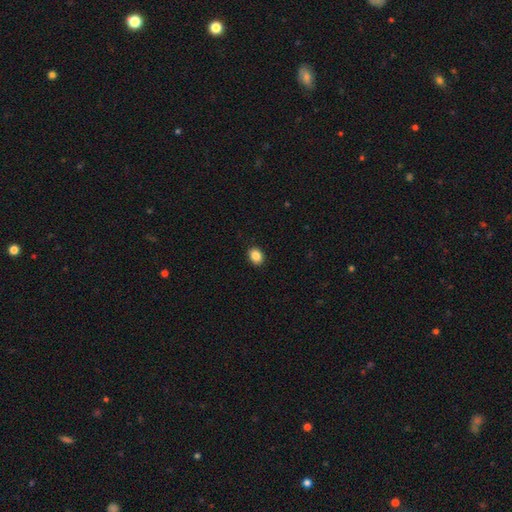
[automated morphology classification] Smooth or featured?
  - smooth: 87% *
  - star or artifact: 9%
  - featured or disk: 4%
How rounded?
  - in between: 56% *
  - round: 43%
  - cigar-shaped: 1%
Merging?
  - none: 91% *
  - minor disturbance: 7%
  - major disturbance: 2%
  - merger: 1%